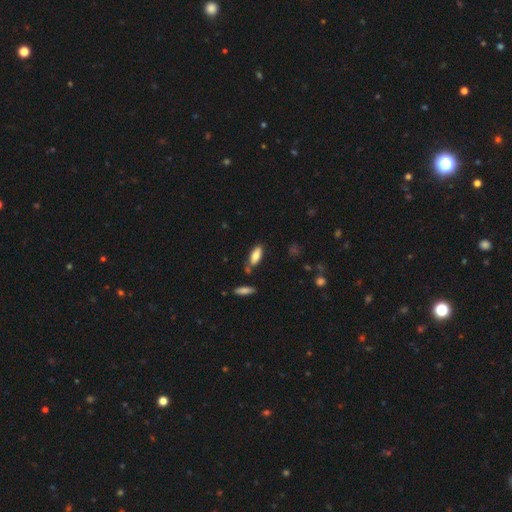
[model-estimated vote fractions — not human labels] This is likely a smooth galaxy (78%). How rounded: likely in between (75%). Merging: likely none (74%).